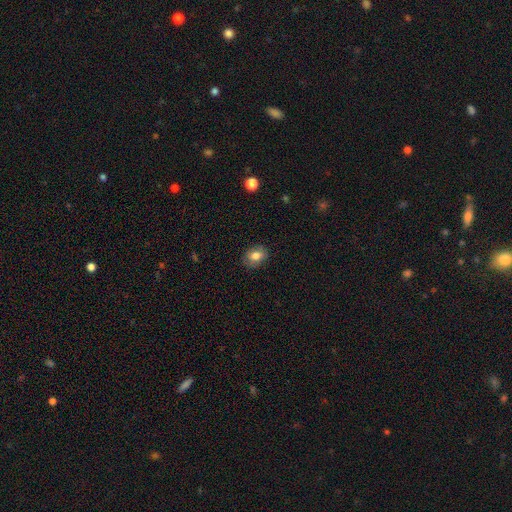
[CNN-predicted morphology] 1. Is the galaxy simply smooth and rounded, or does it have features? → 75% smooth, 16% featured or disk, 9% star or artifact.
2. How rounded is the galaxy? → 66% in between, 33% round, 1% cigar-shaped.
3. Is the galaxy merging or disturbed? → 84% none, 12% minor disturbance, 3% major disturbance, 1% merger.